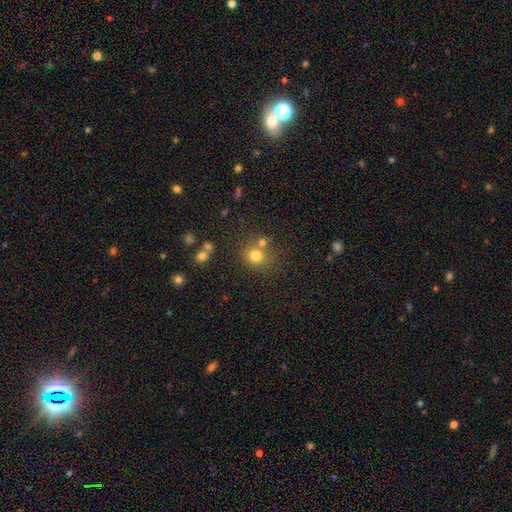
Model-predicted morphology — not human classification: This is likely a smooth galaxy (76%). How rounded: clearly round (82%). Merging: likely none (65%).